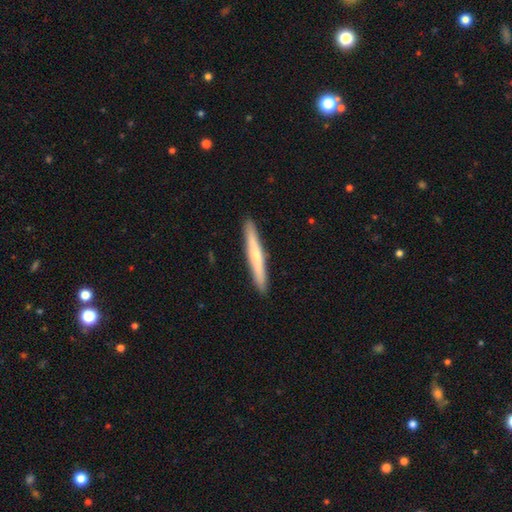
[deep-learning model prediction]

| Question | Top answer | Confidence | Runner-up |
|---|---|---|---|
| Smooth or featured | smooth | 48% | featured or disk (46%) |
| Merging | none | 92% | minor disturbance (6%) |